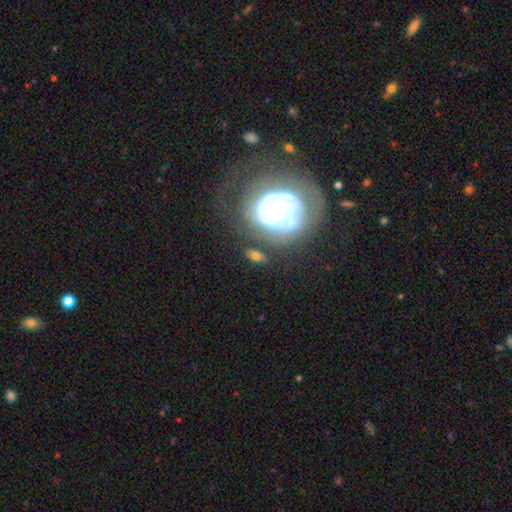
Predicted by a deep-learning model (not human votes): Overall: featured or disk (48%; smooth 43%). Merging: none (63%).